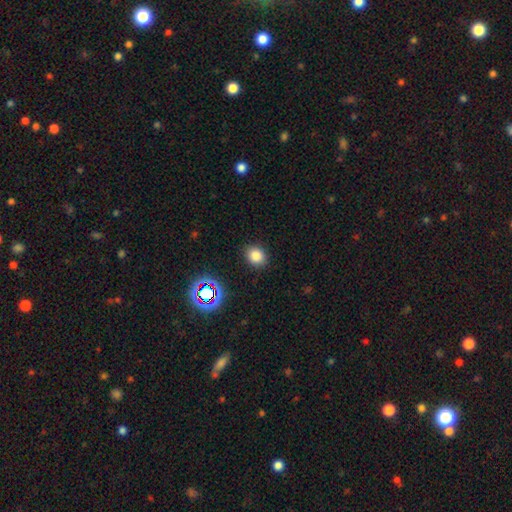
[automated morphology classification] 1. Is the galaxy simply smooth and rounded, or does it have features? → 80% smooth, 15% star or artifact, 6% featured or disk.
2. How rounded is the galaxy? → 56% round, 43% in between, 1% cigar-shaped.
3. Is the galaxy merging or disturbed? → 88% none, 8% minor disturbance, 2% major disturbance, 1% merger.